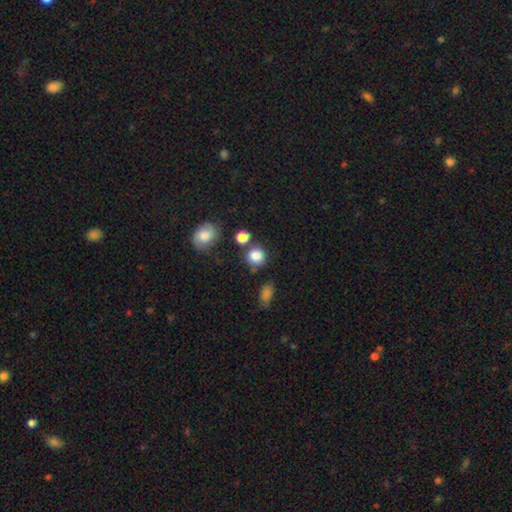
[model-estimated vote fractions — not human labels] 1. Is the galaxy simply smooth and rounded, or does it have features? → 83% smooth, 11% star or artifact, 6% featured or disk.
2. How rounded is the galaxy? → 88% round, 11% in between, 1% cigar-shaped.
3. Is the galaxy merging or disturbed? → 75% none, 11% minor disturbance, 10% merger, 4% major disturbance.